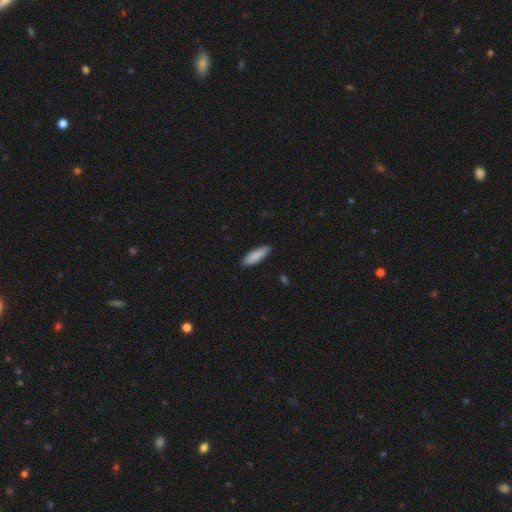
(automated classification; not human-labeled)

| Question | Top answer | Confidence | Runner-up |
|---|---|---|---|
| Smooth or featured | smooth | 87% | featured or disk (7%) |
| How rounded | in between | 53% | cigar-shaped (46%) |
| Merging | none | 85% | minor disturbance (12%) |